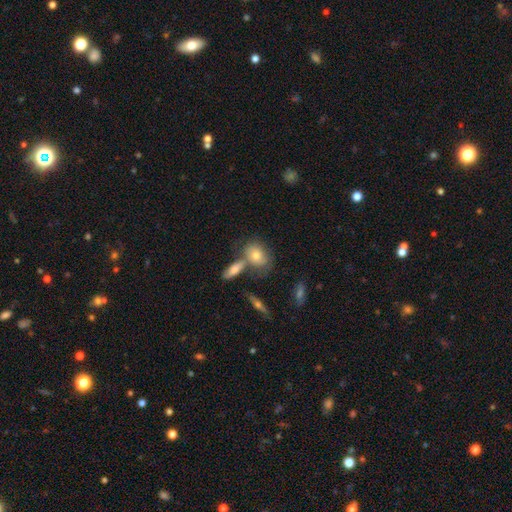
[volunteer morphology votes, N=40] Smooth or featured? smooth (57%)
How rounded? in between (70%)
Merging? merger (47%)